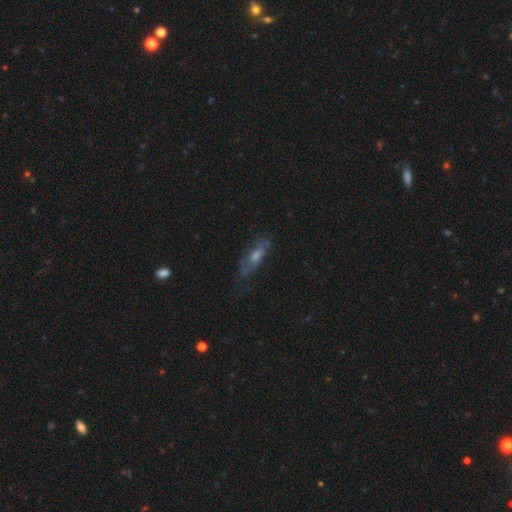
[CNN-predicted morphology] This appears to be a featured or disk galaxy (50%). Merging: none (60%).